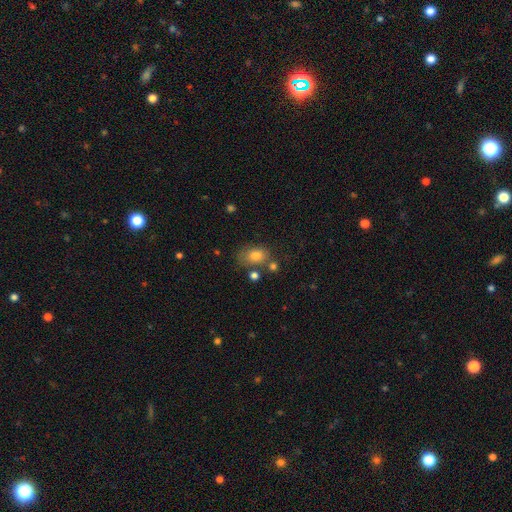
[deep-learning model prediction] A smooth galaxy with no disk features (79%) that is in between round and cigar-shaped (72%). Merging: none (57%).